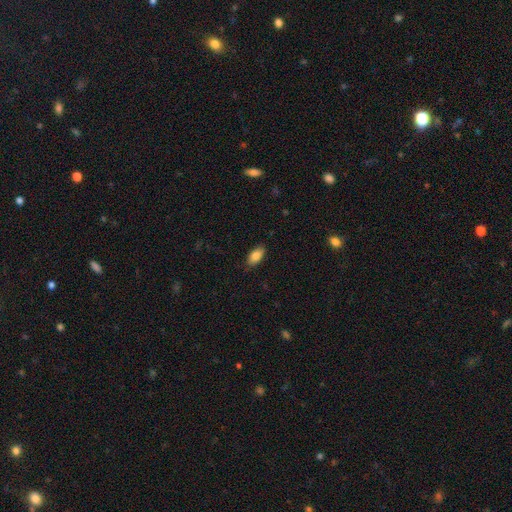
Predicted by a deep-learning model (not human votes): A smooth galaxy with no disk features (85%) that is in between round and cigar-shaped (91%).

Vote fractions:
- Smooth or featured? smooth: 85% / featured or disk: 8% / star or artifact: 7%
- How rounded? in between: 91% / cigar-shaped: 5% / round: 3%
- Merging? none: 85% / minor disturbance: 12% / major disturbance: 2% / merger: 1%